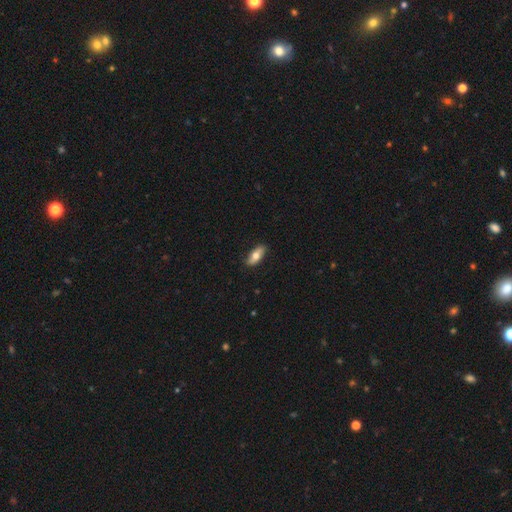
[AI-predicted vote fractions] smooth 66%, featured or disk 28%, star or artifact 6%. Down the decision tree: how rounded — in between (80%); merging — none (84%).